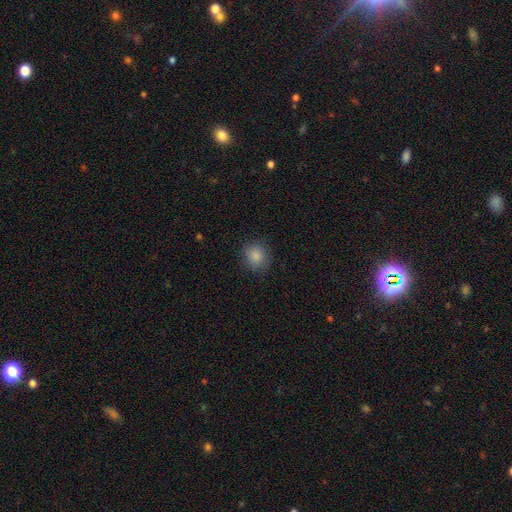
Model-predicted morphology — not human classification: A smooth galaxy with no disk features (85%) that is round (78%). Merging: none (84%).